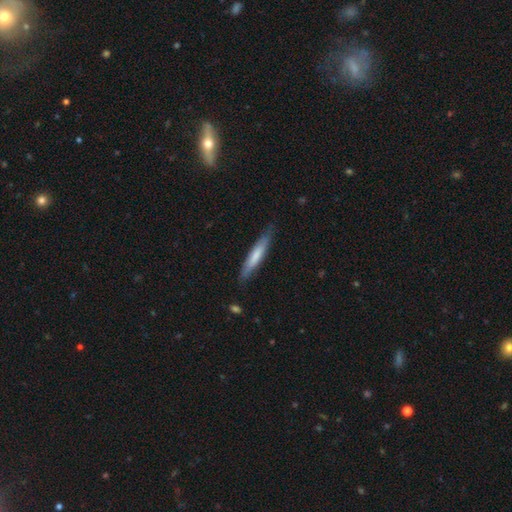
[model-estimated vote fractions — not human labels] This appears to be a smooth galaxy with no disk features (68%) that is cigar-shaped (90%). Merging: none (81%).